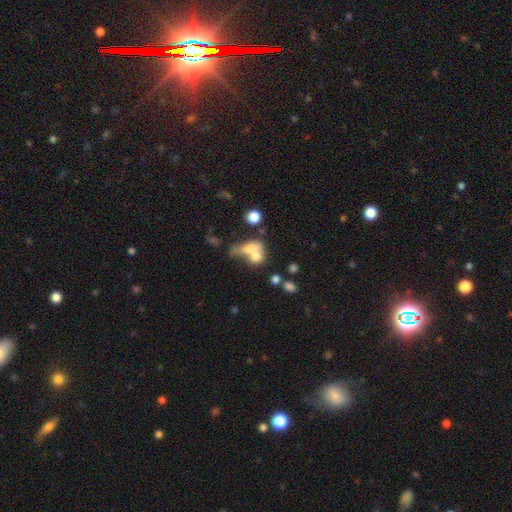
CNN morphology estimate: The model was most divided on "how rounded": in between: 58%, round: 36%, cigar-shaped: 6%. More confident: smooth or featured — smooth (66%); merging — merger (64%).